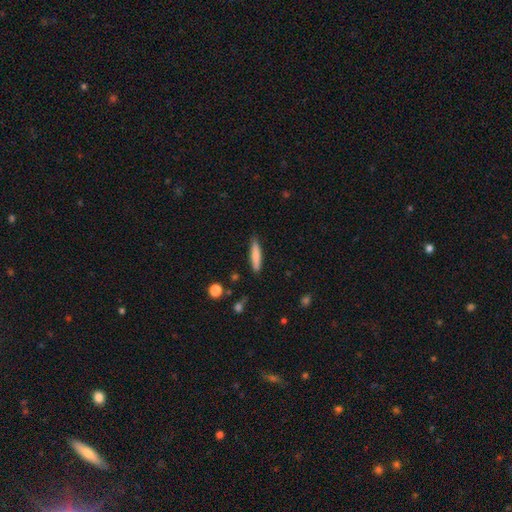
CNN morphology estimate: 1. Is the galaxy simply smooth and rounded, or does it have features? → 80% smooth, 14% featured or disk, 6% star or artifact.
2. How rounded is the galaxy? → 86% cigar-shaped, 12% in between, 1% round.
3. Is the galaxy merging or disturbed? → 86% none, 10% minor disturbance, 2% major disturbance, 1% merger.